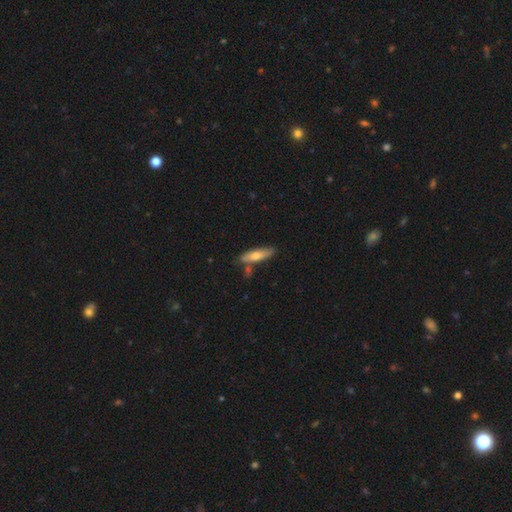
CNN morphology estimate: A smooth galaxy with no disk features (67%) that is cigar-shaped (64%). Merging: none (73%).